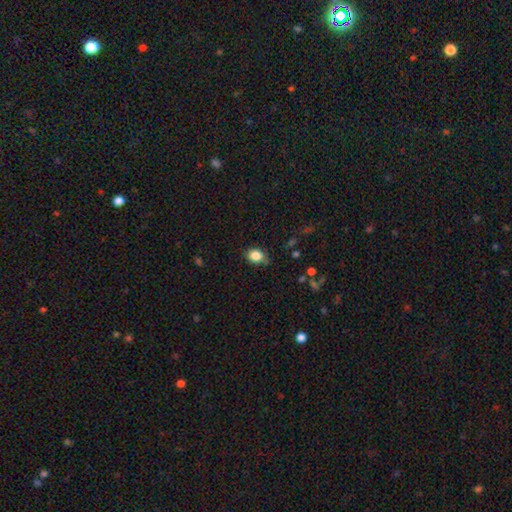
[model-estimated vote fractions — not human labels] The model was most divided on "how rounded": in between: 50%, round: 49%, cigar-shaped: 1%. More confident: smooth or featured — smooth (85%); merging — none (75%).